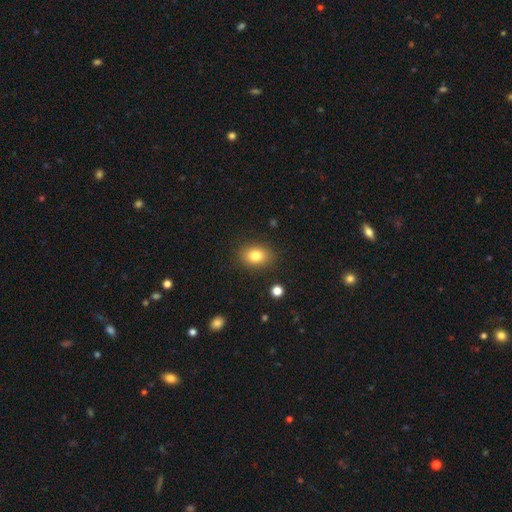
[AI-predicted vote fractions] Morphology: type=smooth (81%); roundness=in between (61%); merging=none (86%).